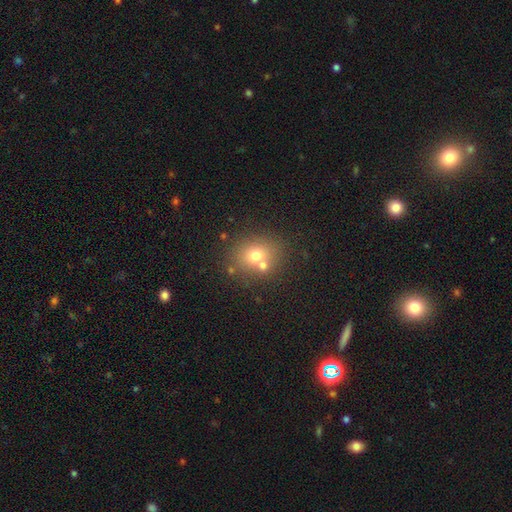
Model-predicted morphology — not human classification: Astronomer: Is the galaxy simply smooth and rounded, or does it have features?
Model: smooth — 68%.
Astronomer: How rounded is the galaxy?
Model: round — 67%.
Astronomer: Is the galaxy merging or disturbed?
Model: none — 59%.